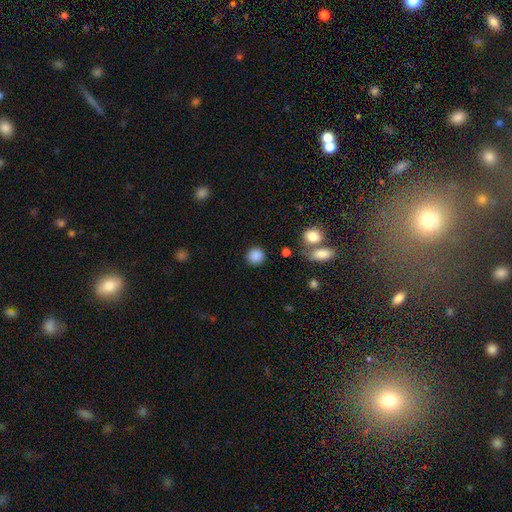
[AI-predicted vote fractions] Smooth or featured: smooth — 86% (star or artifact — 10%)
How rounded: round — 90% (in between — 9%)
Merging: none — 86% (minor disturbance — 8%)